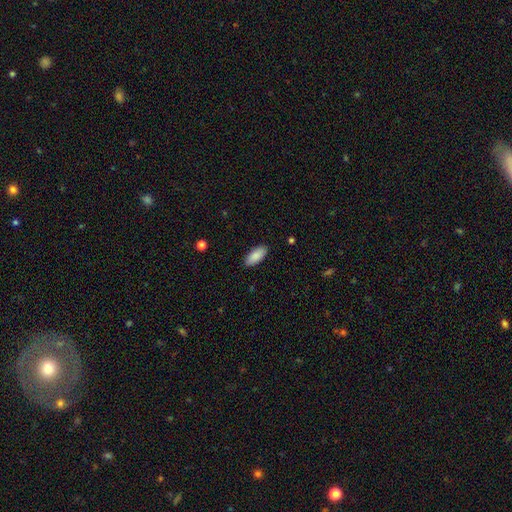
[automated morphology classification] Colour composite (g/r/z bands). It shows a smooth galaxy with no disk features (89%) that is in between round and cigar-shaped (87%). Merging: none (89%).